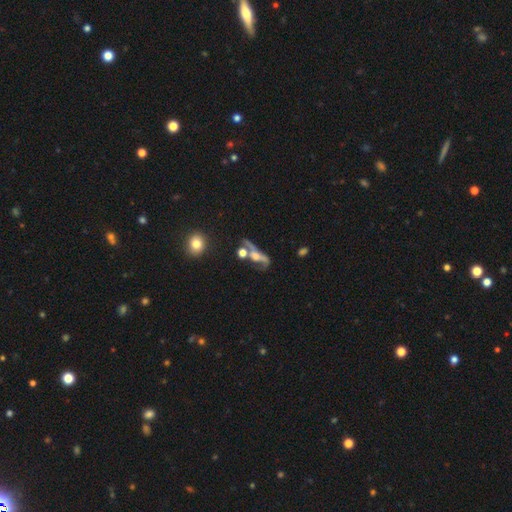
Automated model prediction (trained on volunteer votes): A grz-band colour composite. It shows a featured or disk galaxy (57%). Merging: merger (31%).